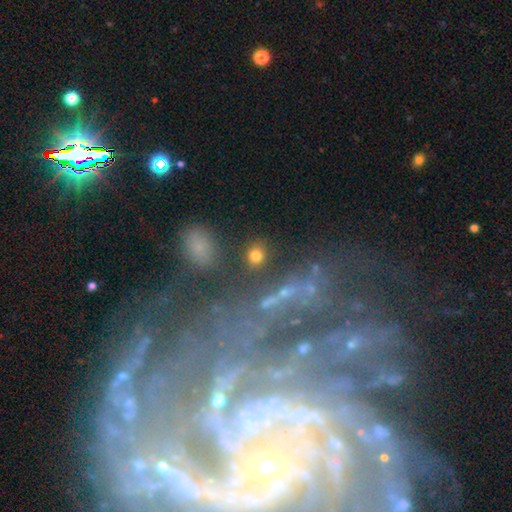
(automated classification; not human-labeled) This is likely a smooth galaxy (79%). How rounded: clearly round (84%). Merging: clearly none (84%).